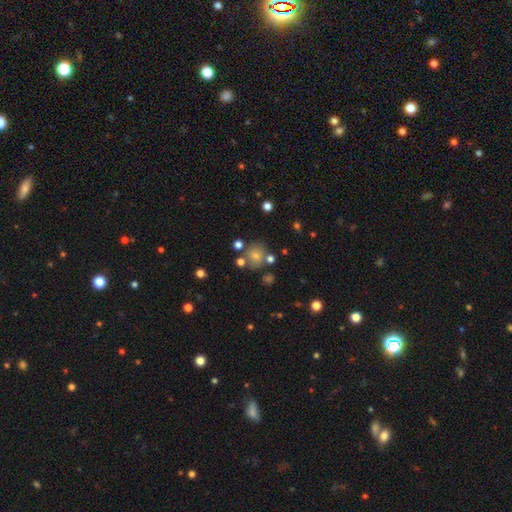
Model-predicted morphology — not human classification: This appears to be a smooth galaxy with no disk features (70%) that is round (79%). Merging: none (70%).